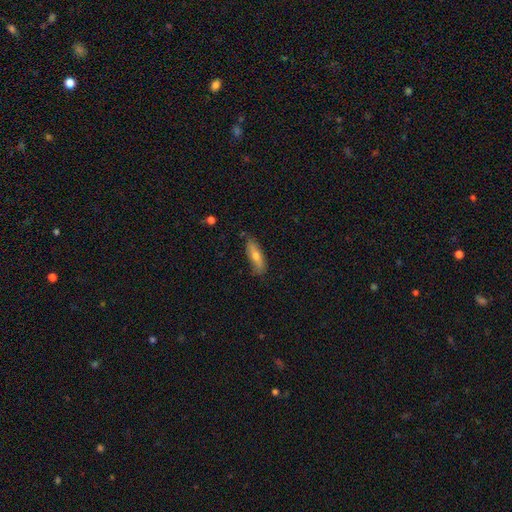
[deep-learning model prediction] Q: Smooth or featured?
A: smooth (60%); runner-up: featured or disk (33%)
Q: How rounded?
A: cigar-shaped (62%); runner-up: in between (36%)
Q: Merging?
A: none (79%); runner-up: minor disturbance (17%)